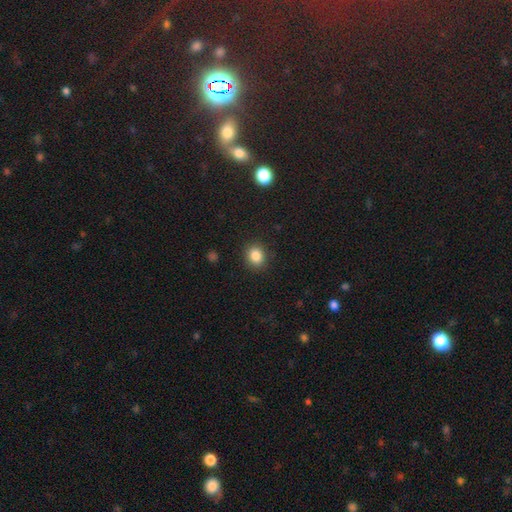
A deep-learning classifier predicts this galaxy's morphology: smooth-or-featured: smooth: 85% | star or artifact: 10% | featured or disk: 4%
  how-rounded: round: 68% | in between: 32% | cigar-shaped: 1%
  merging: none: 89% | minor disturbance: 7% | major disturbance: 2% | merger: 1%